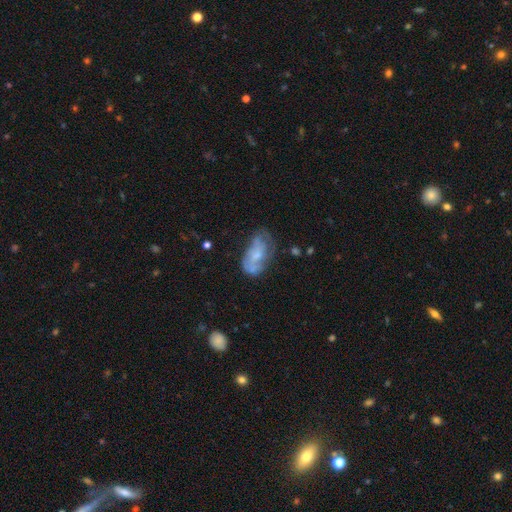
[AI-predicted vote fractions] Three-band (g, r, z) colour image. It shows a featured or disk galaxy (53%). Merging: none (40%).